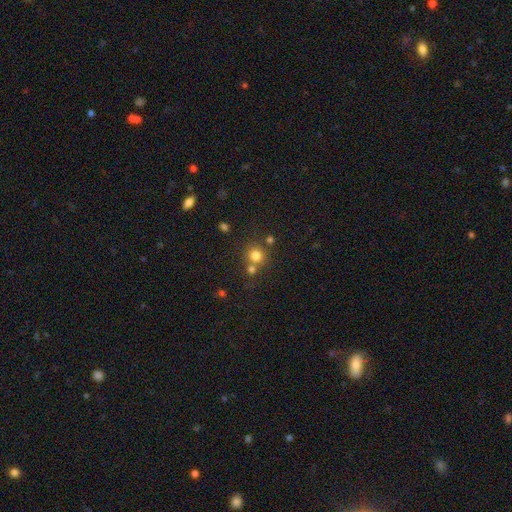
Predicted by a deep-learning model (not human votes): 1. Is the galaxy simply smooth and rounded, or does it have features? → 77% smooth, 15% star or artifact, 7% featured or disk.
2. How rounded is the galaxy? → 90% round, 9% in between, 1% cigar-shaped.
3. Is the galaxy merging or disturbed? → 64% none, 25% merger, 8% minor disturbance, 3% major disturbance.